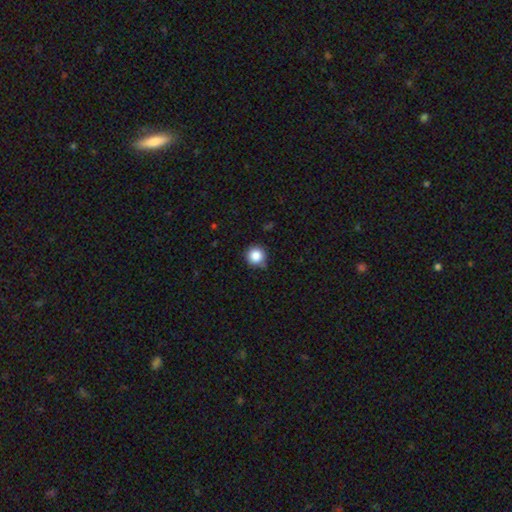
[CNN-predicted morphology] Smooth or featured? Predicted: smooth (p=0.85). How rounded? Predicted: round (p=0.95). Merging? Predicted: none (p=0.80).